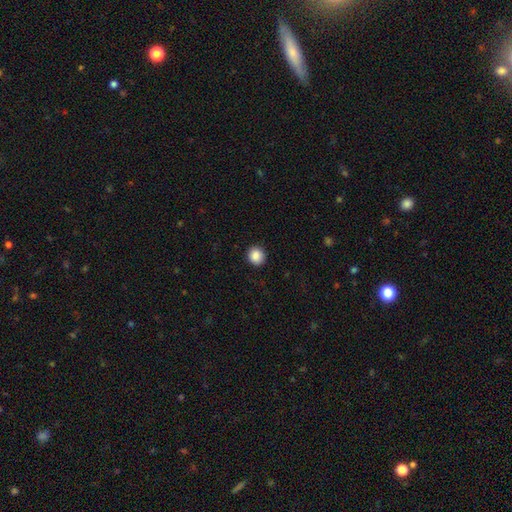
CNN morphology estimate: type=smooth (88%); roundness=round (87%); merging=none (91%).